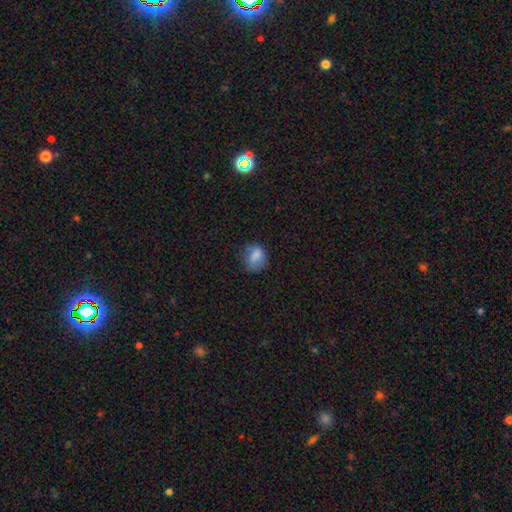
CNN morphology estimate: A smooth galaxy with no disk features (78%) that is round (52%). Merging: none (61%).